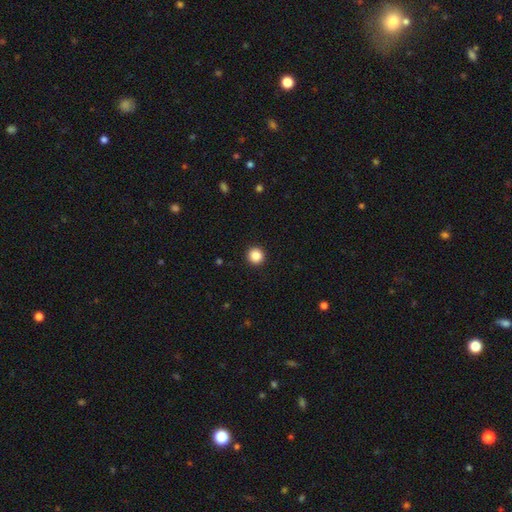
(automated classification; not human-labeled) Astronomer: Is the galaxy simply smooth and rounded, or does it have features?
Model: smooth — 87%.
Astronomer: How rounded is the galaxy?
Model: round — 96%.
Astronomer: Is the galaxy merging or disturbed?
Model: none — 93%.